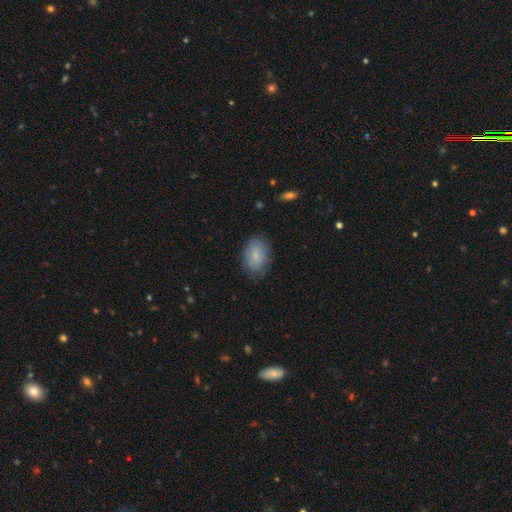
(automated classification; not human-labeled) A smooth galaxy with no disk features (81%) that is in between round and cigar-shaped (84%).

Vote fractions:
- Smooth or featured? smooth: 81% / featured or disk: 12% / star or artifact: 7%
- How rounded? in between: 84% / round: 15% / cigar-shaped: 1%
- Merging? none: 79% / minor disturbance: 16% / major disturbance: 4% / merger: 1%